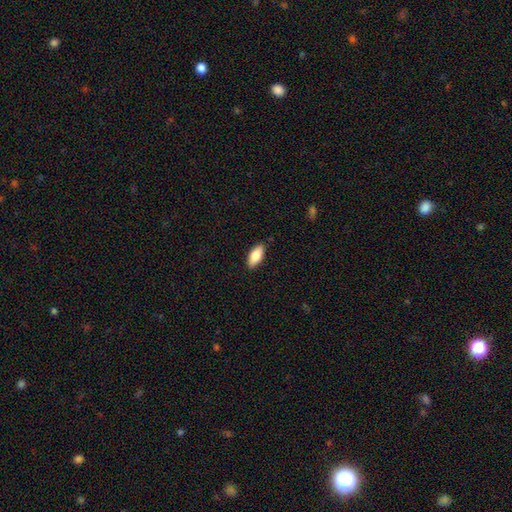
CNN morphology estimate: smooth_or_featured: smooth (p=0.80) [alt: featured or disk p=0.13]
how_rounded: in between (p=0.85) [alt: cigar-shaped p=0.13]
merging: none (p=0.88) [alt: minor disturbance p=0.09]